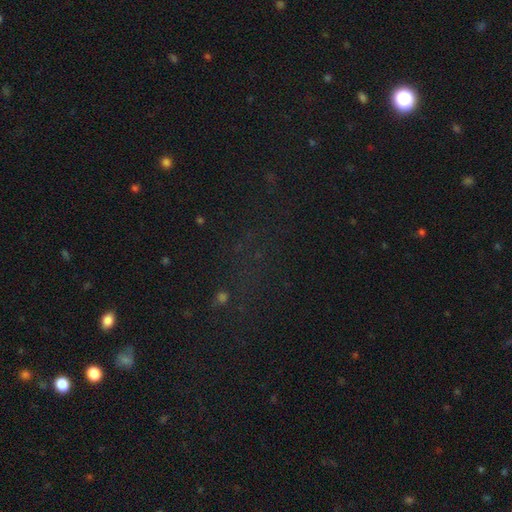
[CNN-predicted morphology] This is likely a star or artifact rather than a galaxy (66%).